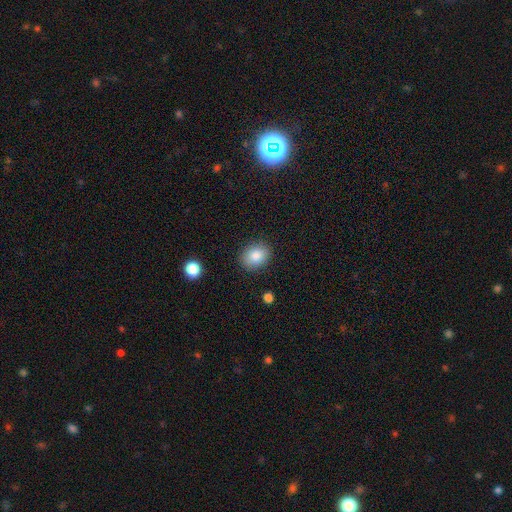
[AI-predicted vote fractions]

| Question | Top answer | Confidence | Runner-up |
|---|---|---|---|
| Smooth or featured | smooth | 85% | star or artifact (8%) |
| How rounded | in between | 53% | round (46%) |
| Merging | none | 87% | minor disturbance (9%) |